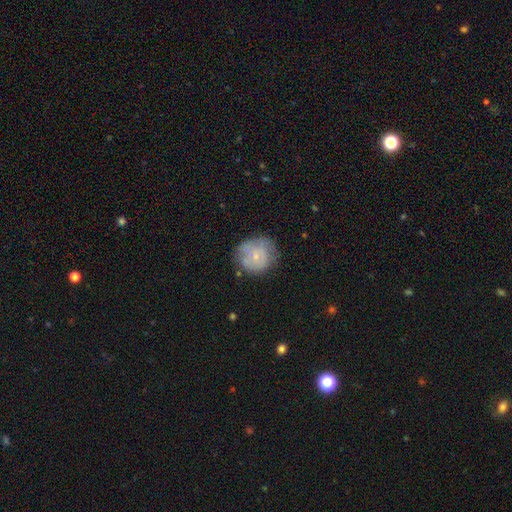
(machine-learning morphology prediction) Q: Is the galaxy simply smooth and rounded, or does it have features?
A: smooth — 53%.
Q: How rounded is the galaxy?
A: round — 85%.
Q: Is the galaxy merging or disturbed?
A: none — 59%.